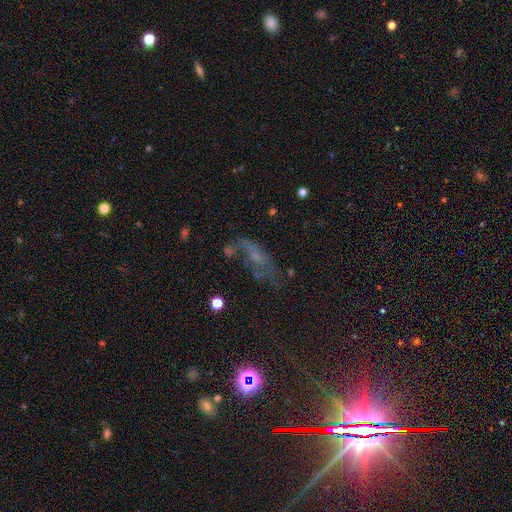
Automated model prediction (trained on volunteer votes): smooth-or-featured: featured or disk: 44% | star or artifact: 28% | smooth: 28%
  merging: none: 39% | major disturbance: 30% | minor disturbance: 21% | merger: 10%